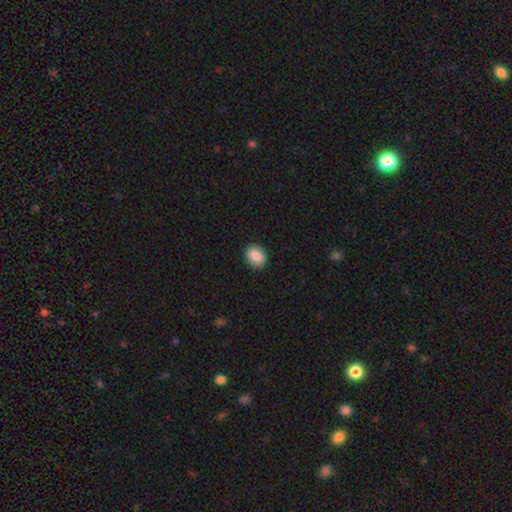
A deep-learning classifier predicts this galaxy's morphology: Smooth or featured? smooth (88%)
How rounded? in between (60%)
Merging? none (88%)